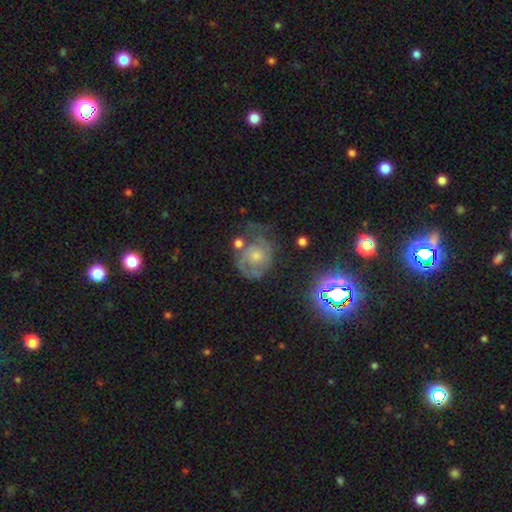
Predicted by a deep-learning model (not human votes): A featured or disk galaxy (67%) with no bar (79%), 2 (41%) tight (57%) spiral arms (84%) and a small central bulge (49%). Merging: none (53%).